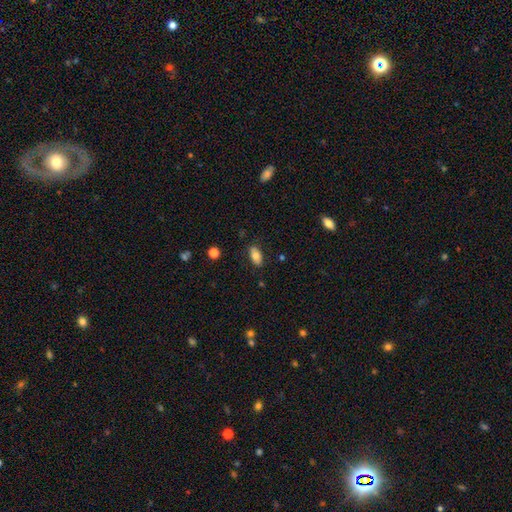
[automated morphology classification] Smooth or featured?
  - smooth: 78% *
  - featured or disk: 15%
  - star or artifact: 8%
How rounded?
  - in between: 91% *
  - cigar-shaped: 5%
  - round: 4%
Merging?
  - none: 83% *
  - minor disturbance: 13%
  - major disturbance: 3%
  - merger: 2%